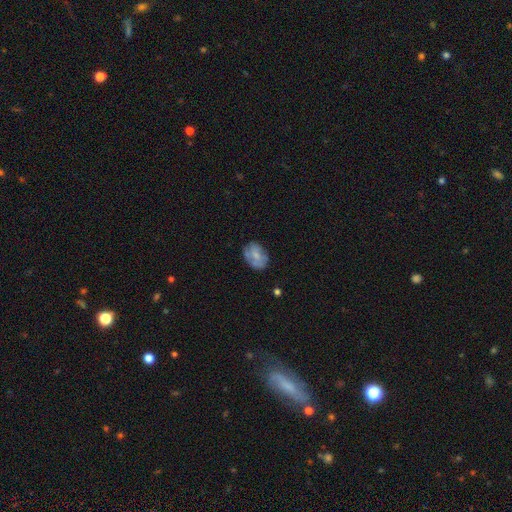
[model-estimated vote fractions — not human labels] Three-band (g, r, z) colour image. It shows a smooth galaxy with no disk features (56%) that is in between round and cigar-shaped (76%). Merging: none (62%).